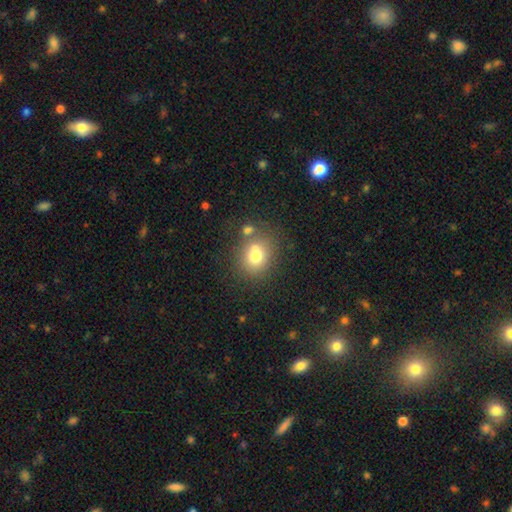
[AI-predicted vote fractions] Smooth or featured? Predicted: smooth (p=0.73). How rounded? Predicted: round (p=0.64). Merging? Predicted: none (p=0.58).